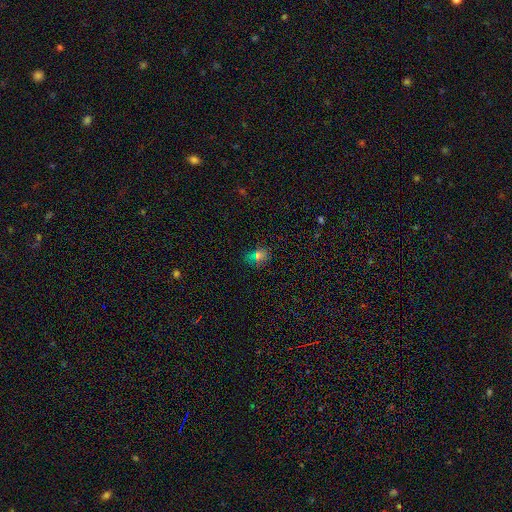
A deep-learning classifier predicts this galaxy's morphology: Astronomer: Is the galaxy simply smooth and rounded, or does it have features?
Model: smooth — 65%.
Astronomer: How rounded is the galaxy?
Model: in between — 60% (runner-up: round, 38%).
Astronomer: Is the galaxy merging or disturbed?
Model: none — 76%.